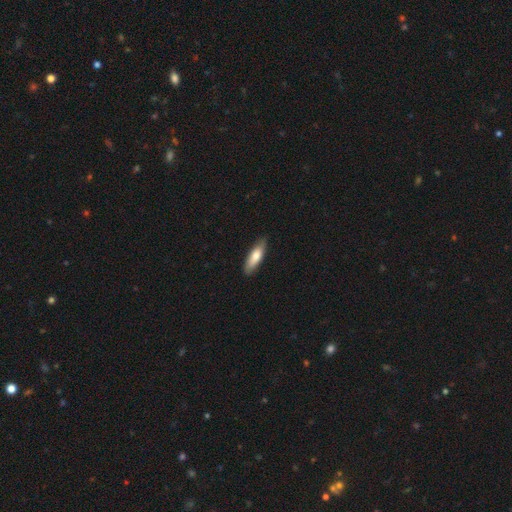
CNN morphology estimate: Q: Smooth or featured?
A: smooth (73%); runner-up: featured or disk (21%)
Q: How rounded?
A: cigar-shaped (53%); runner-up: in between (45%)
Q: Merging?
A: none (85%); runner-up: minor disturbance (12%)